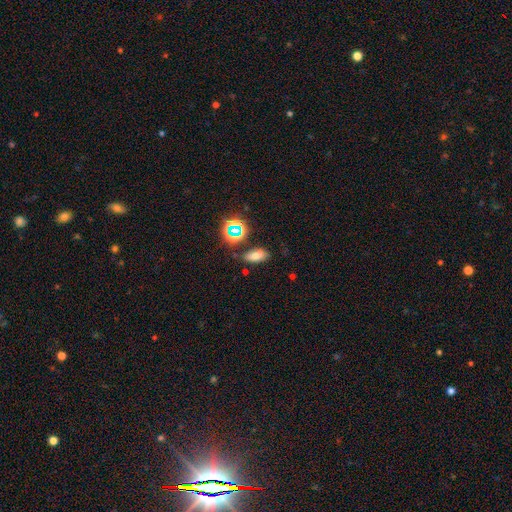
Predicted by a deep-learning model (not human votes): Overall: smooth (68%). How rounded: in between (84%). Merging: none (79%).